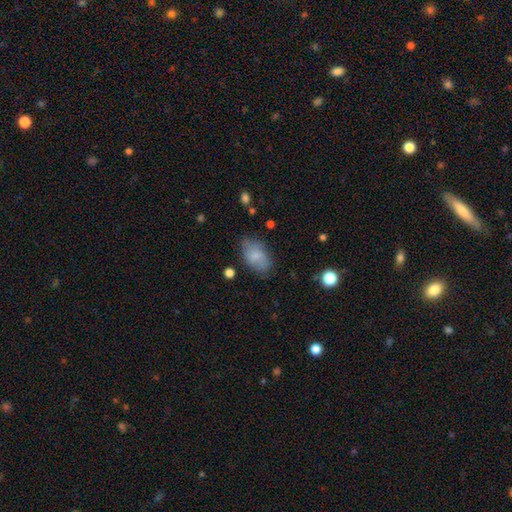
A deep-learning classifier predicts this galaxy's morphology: Smooth or featured?
  - smooth: 73% *
  - featured or disk: 19%
  - star or artifact: 8%
How rounded?
  - in between: 91% *
  - round: 7%
  - cigar-shaped: 2%
Merging?
  - none: 71% *
  - minor disturbance: 21%
  - major disturbance: 6%
  - merger: 2%